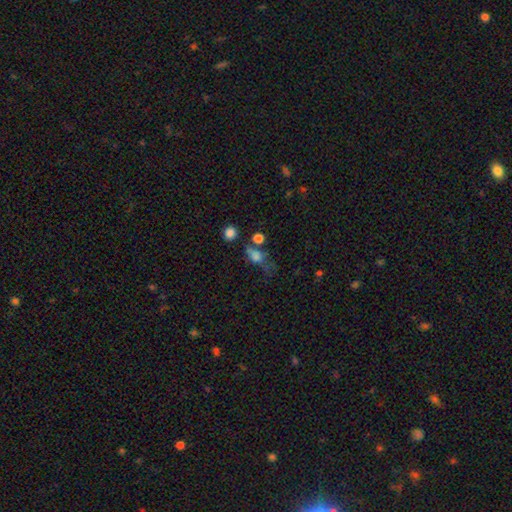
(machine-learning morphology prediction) Smooth or featured: smooth — 67% (star or artifact — 17%)
How rounded: in between — 57% (round — 37%)
Merging: none — 33% (major disturbance — 27%)